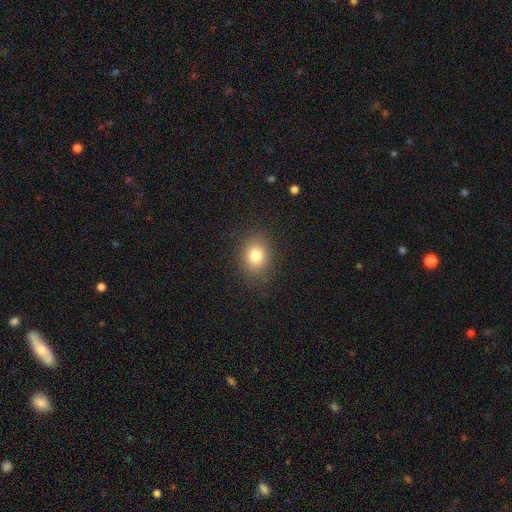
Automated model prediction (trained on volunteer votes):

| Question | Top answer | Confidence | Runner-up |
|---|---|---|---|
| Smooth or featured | smooth | 80% | star or artifact (11%) |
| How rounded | in between | 52% | round (47%) |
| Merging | none | 86% | minor disturbance (10%) |